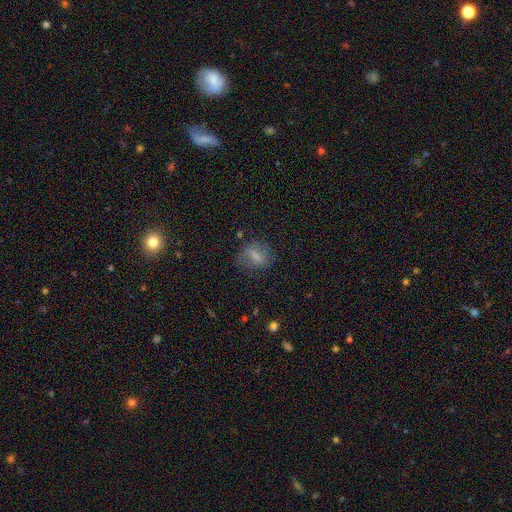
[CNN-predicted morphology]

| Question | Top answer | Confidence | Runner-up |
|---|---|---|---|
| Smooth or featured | smooth | 64% | featured or disk (24%) |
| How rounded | in between | 59% | round (33%) |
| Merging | none | 66% | minor disturbance (21%) |